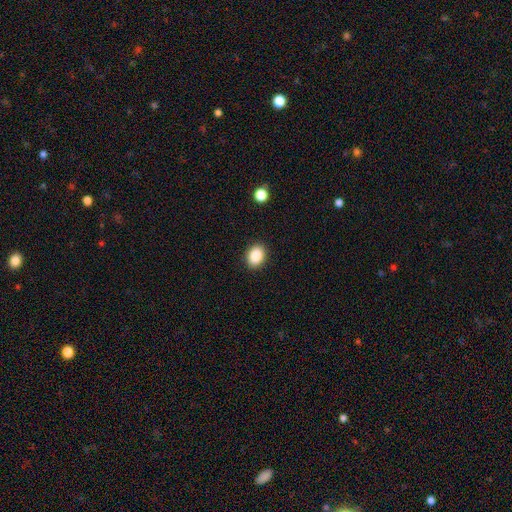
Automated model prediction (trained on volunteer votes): smooth 88%, star or artifact 8%, featured or disk 3%. Down the decision tree: how rounded — in between (67%); merging — none (90%).